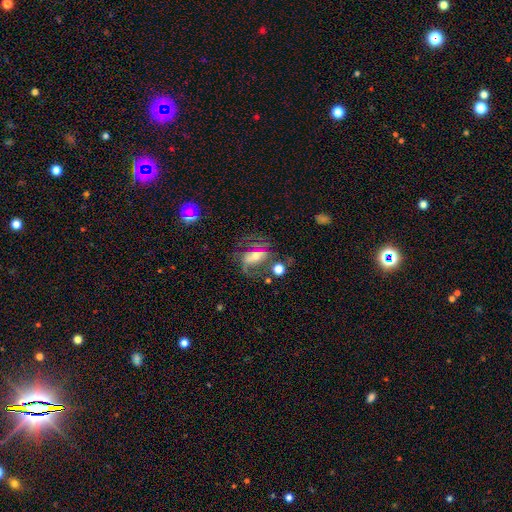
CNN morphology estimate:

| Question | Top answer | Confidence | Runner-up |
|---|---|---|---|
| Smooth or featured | featured or disk | 62% | smooth (25%) |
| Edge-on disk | no | 90% | yes (10%) |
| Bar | strong | 37% | no (33%) |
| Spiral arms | yes | 67% | no (33%) |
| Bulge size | moderate | 53% | small (34%) |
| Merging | none | 47% | major disturbance (26%) |